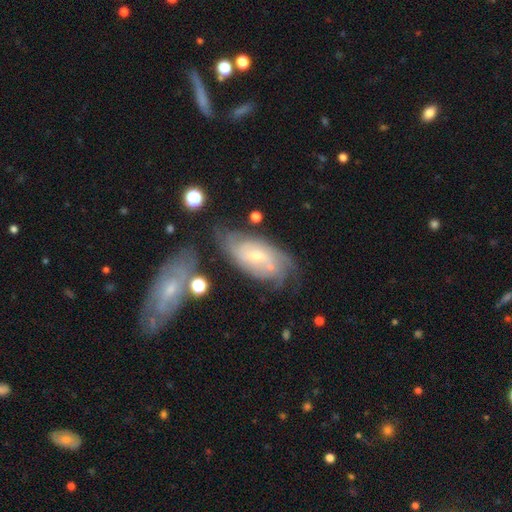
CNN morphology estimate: smooth-or-featured: featured or disk: 69% | smooth: 23% | star or artifact: 8%
  disk-edge-on: no: 91% | yes: 9%
    bar: no: 47% | weak: 44% | strong: 9%
    has-spiral-arms: yes: 85% | no: 15%
      spiral-winding: tight: 51% | medium: 35% | loose: 15%
      spiral-arm-count: can't tell: 52% | 2: 24% | 3: 11% | 4: 6% | 1: 4% | more than 4: 3%
    bulge-size: small: 53% | moderate: 40% | none: 4% | large: 3% | dominant: 1%
  merging: none: 60% | minor disturbance: 22% | major disturbance: 10% | merger: 9%